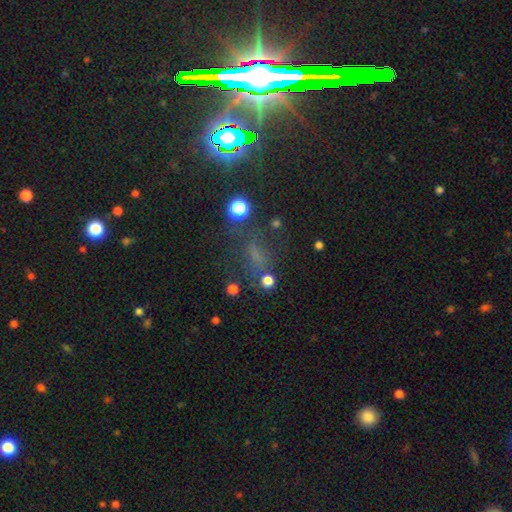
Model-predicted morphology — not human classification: star or artifact 59%, smooth 26%, featured or disk 15%.